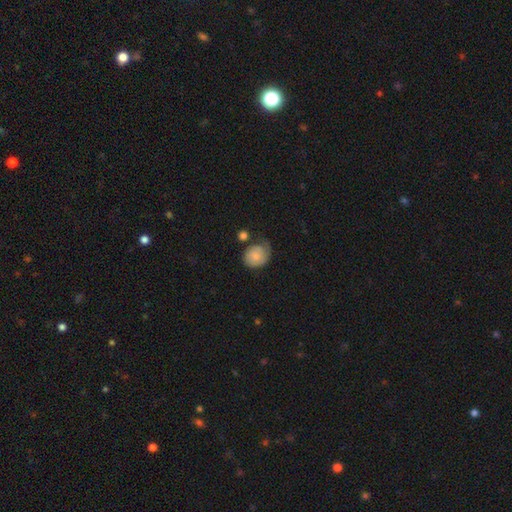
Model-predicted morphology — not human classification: A smooth galaxy with no disk features (64%) that is round (63%). Merging: none (43%).